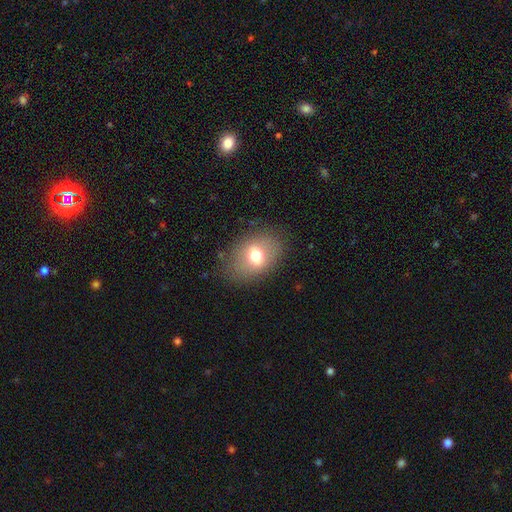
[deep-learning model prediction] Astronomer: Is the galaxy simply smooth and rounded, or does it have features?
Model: smooth — 66%.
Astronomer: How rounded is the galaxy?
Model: in between — 69%.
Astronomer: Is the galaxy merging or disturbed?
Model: none — 78%.